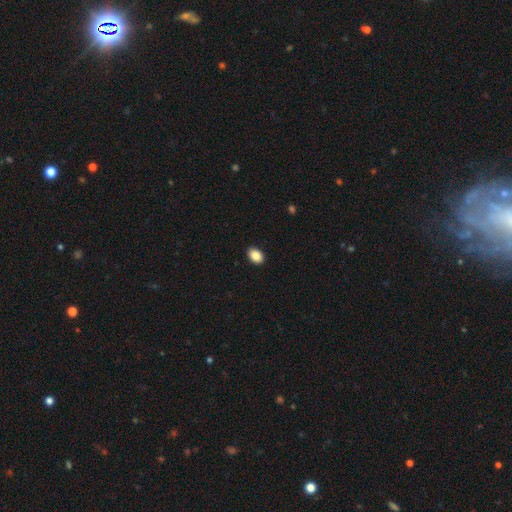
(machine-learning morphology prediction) Overall: smooth (88%). How rounded: in between (82%). Merging: none (91%).